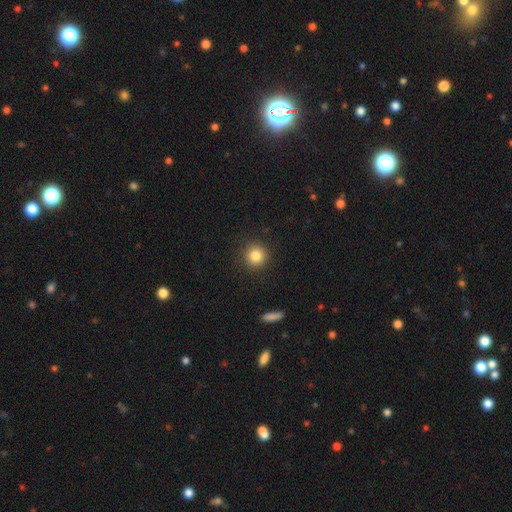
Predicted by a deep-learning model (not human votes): Morphology: type=smooth (84%); roundness=round (93%); merging=none (89%).